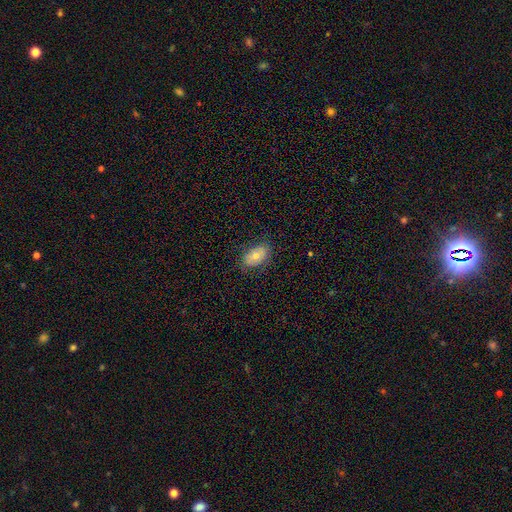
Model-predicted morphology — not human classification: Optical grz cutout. It shows a smooth galaxy with no disk features (68%) that is in between round and cigar-shaped (90%). Merging: none (80%).